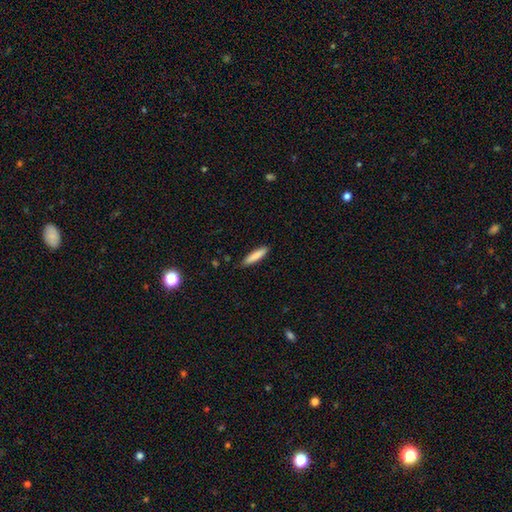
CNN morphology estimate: Smooth or featured?
  - smooth: 85% *
  - featured or disk: 9%
  - star or artifact: 6%
How rounded?
  - cigar-shaped: 82% *
  - in between: 17%
  - round: 1%
Merging?
  - none: 86% *
  - minor disturbance: 11%
  - major disturbance: 2%
  - merger: 1%